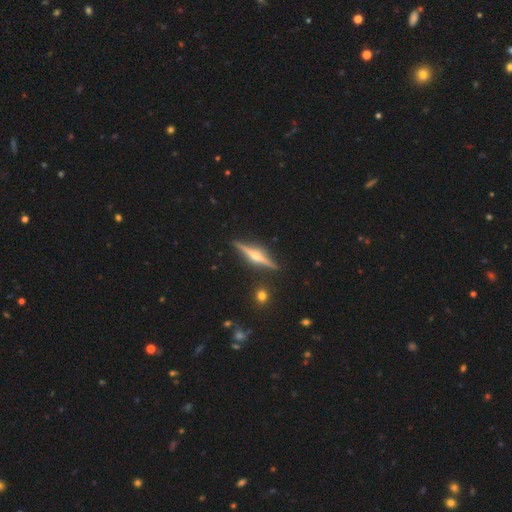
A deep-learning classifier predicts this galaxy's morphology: Smooth or featured?
  - featured or disk: 82% *
  - smooth: 12%
  - star or artifact: 6%
Edge-on disk?
  - yes: 98% *
  - no: 2%
Edge-on bulge?
  - rounded: 91% *
  - boxy: 5%
  - none: 4%
Merging?
  - none: 90% *
  - minor disturbance: 7%
  - merger: 2%
  - major disturbance: 2%